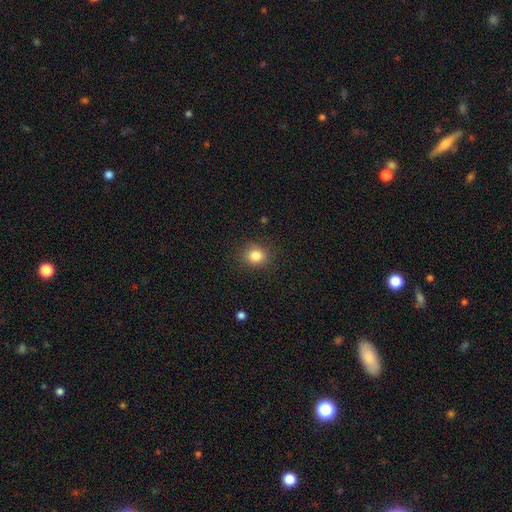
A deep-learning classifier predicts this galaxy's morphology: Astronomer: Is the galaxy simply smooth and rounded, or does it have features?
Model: smooth — 84%.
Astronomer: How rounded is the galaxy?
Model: round — 76%.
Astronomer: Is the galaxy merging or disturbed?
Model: none — 86%.